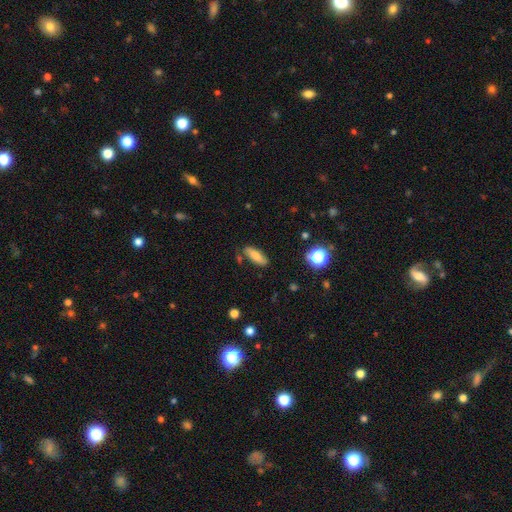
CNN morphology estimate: The model was most divided on "how rounded": in between: 61%, cigar-shaped: 36%, round: 3%. More confident: merging — none (81%); smooth or featured — smooth (79%).